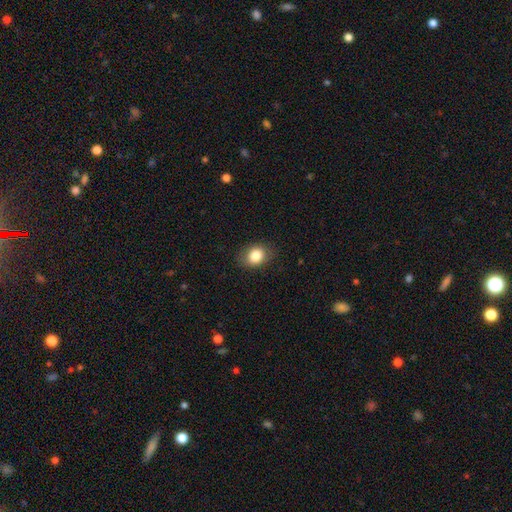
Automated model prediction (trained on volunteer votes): A smooth galaxy with no disk features (84%) that is in between round and cigar-shaped (53%). Merging: none (82%).